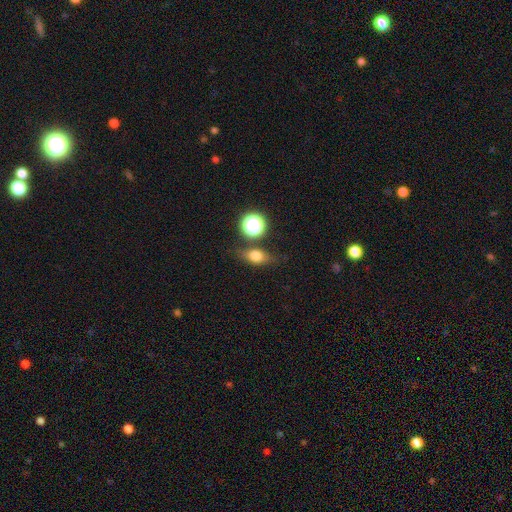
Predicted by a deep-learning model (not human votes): Smooth or featured: smooth — 65% (featured or disk — 20%)
How rounded: in between — 60% (round — 29%)
Merging: none — 70% (minor disturbance — 17%)